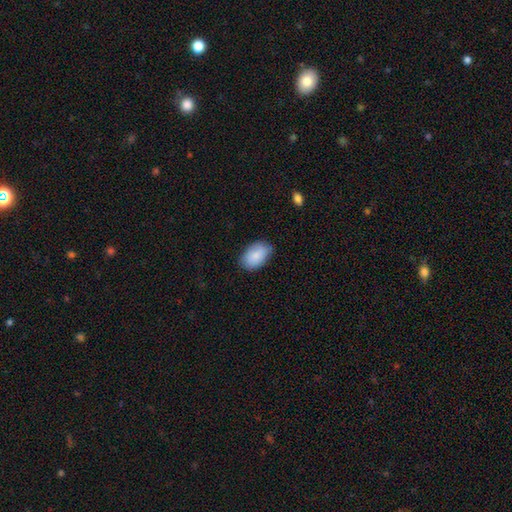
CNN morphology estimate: Smooth or featured? smooth (87%)
How rounded? in between (93%)
Merging? none (80%)